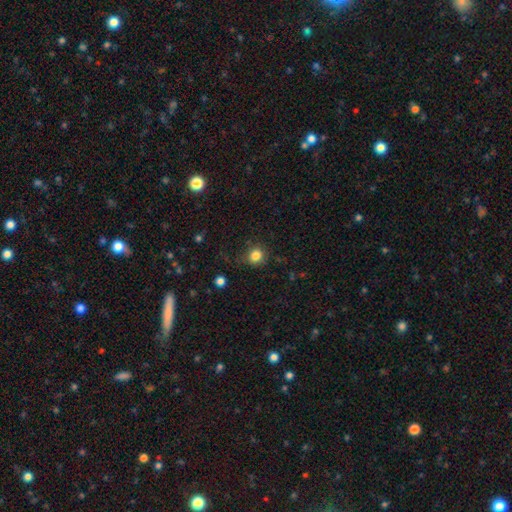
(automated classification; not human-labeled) Smooth or featured?
  - smooth: 83% *
  - star or artifact: 12%
  - featured or disk: 5%
How rounded?
  - round: 83% *
  - in between: 16%
  - cigar-shaped: 1%
Merging?
  - none: 76% *
  - minor disturbance: 16%
  - major disturbance: 6%
  - merger: 2%